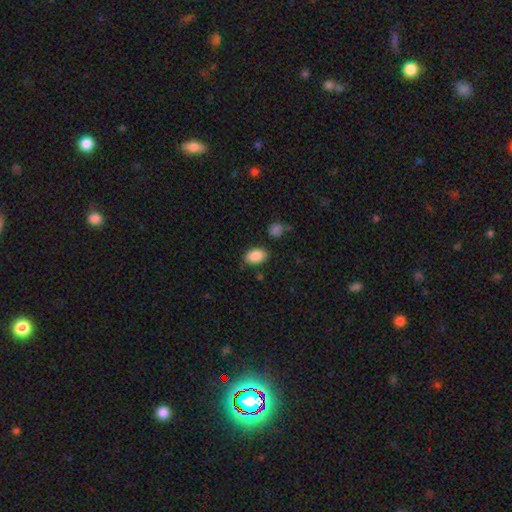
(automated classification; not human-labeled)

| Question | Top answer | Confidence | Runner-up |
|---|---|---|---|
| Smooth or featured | smooth | 88% | star or artifact (7%) |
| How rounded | in between | 89% | round (9%) |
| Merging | none | 81% | minor disturbance (13%) |